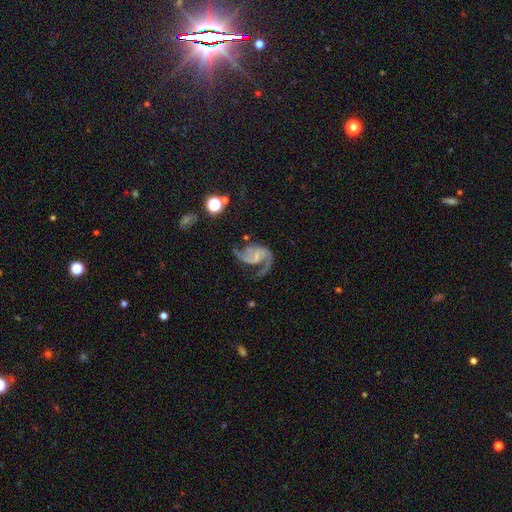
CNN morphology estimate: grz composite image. It shows a featured or disk galaxy (89%) with no bar (49%), 2 (88%) medium (47%) spiral arms (97%) and a small central bulge (55%). Merging: none (54%).